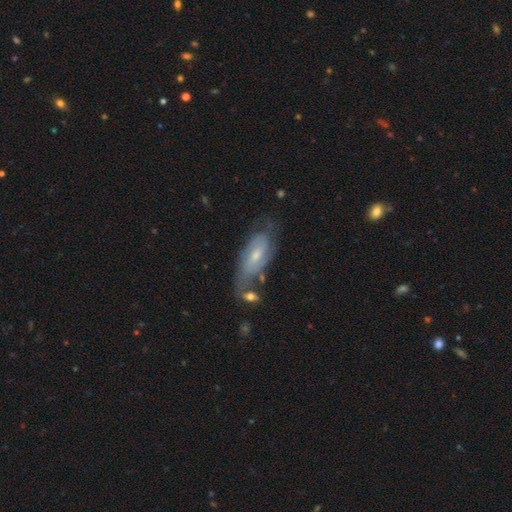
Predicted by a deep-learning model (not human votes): smooth-or-featured: featured or disk: 62% | smooth: 31% | star or artifact: 7%
  disk-edge-on: no: 88% | yes: 12%
    bar: no: 51% | weak: 40% | strong: 9%
    has-spiral-arms: yes: 79% | no: 21%
    bulge-size: moderate: 47% | small: 46% | none: 3% | large: 3% | dominant: 1%
  merging: none: 46% | minor disturbance: 26% | major disturbance: 16% | merger: 12%